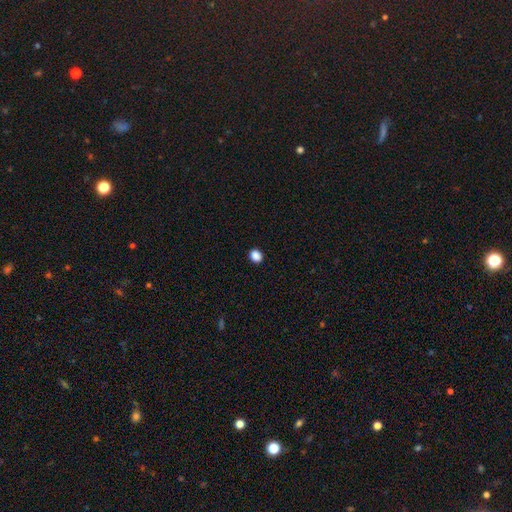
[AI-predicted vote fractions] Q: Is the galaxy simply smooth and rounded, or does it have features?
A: smooth — 88%.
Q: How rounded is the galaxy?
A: round — 64%.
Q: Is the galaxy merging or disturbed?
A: none — 92%.